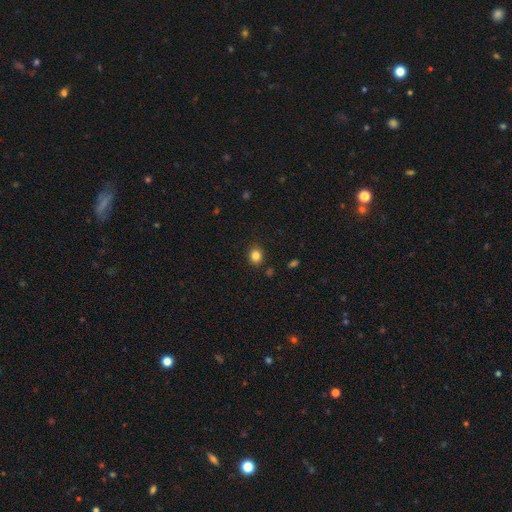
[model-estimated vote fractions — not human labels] The model was most divided on "how rounded": round: 72%, in between: 27%, cigar-shaped: 1%. More confident: merging — none (87%); smooth or featured — smooth (83%).